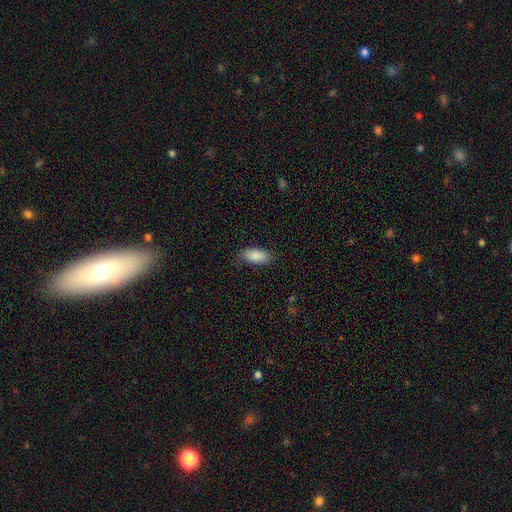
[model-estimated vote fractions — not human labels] Q: Smooth or featured?
A: smooth (89%); runner-up: star or artifact (6%)
Q: How rounded?
A: in between (90%); runner-up: cigar-shaped (8%)
Q: Merging?
A: none (80%); runner-up: minor disturbance (16%)